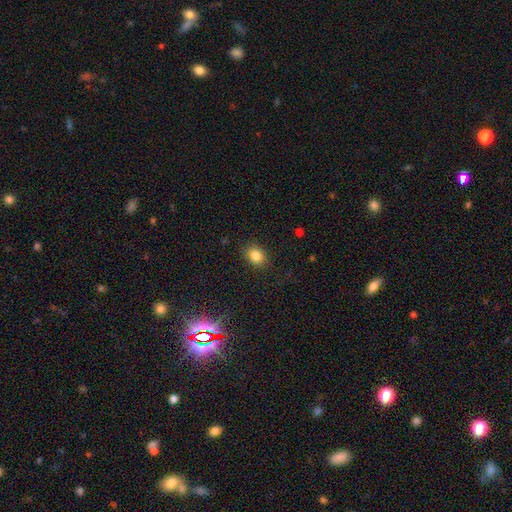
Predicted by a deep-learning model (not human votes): The model was most divided on "how rounded": round: 51%, in between: 48%, cigar-shaped: 1%. More confident: merging — none (87%); smooth or featured — smooth (83%).